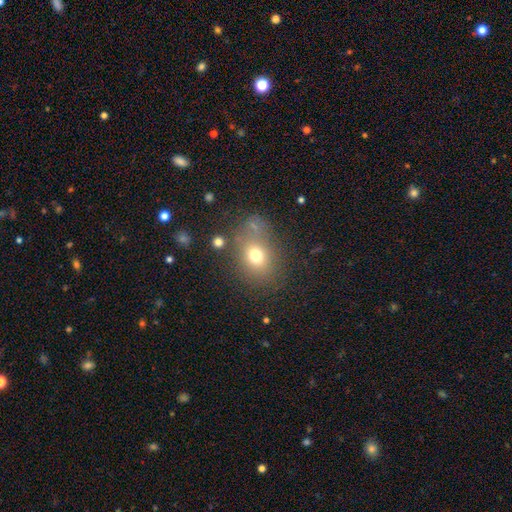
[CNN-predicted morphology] Smooth or featured?
  - smooth: 71% *
  - star or artifact: 15%
  - featured or disk: 14%
How rounded?
  - round: 49% * (tied)
  - in between: 49% * (tied)
  - cigar-shaped: 1%
Merging?
  - none: 65% *
  - minor disturbance: 16%
  - major disturbance: 10%
  - merger: 9%